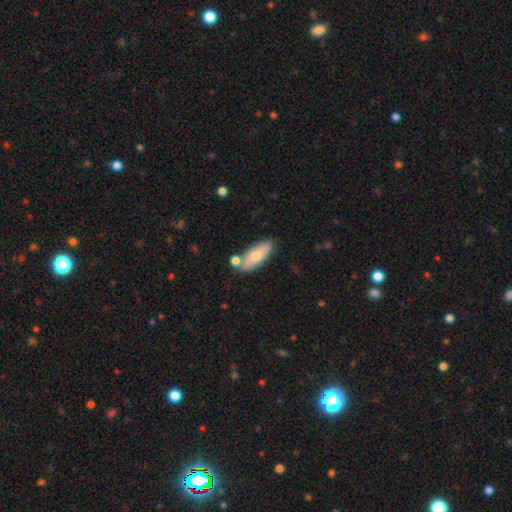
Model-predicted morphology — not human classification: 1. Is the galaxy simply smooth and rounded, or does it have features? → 71% smooth, 23% featured or disk, 6% star or artifact.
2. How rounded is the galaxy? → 72% in between, 26% cigar-shaped, 2% round.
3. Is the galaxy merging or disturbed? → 67% none, 16% minor disturbance, 13% merger, 4% major disturbance.